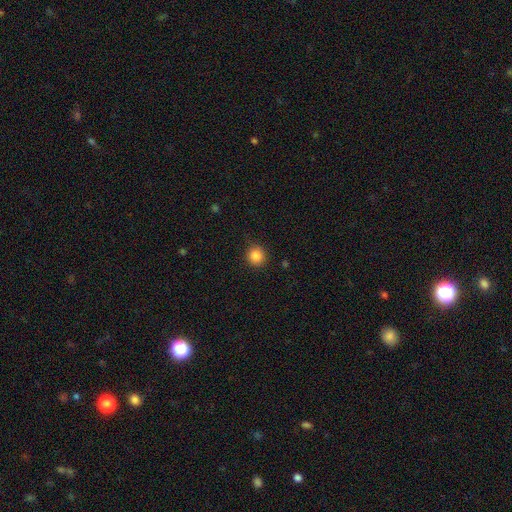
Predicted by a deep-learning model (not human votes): Overall: smooth (86%). How rounded: round (92%). Merging: none (89%).